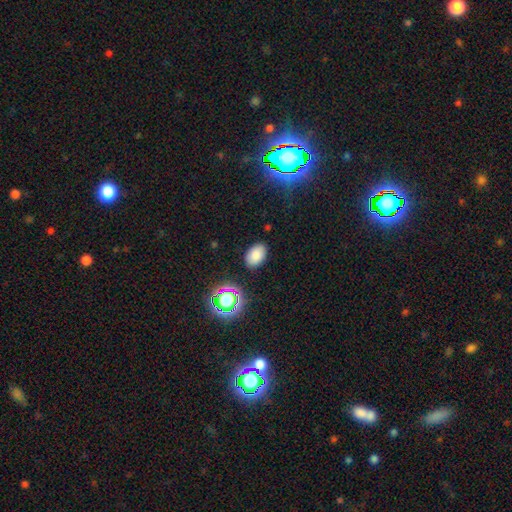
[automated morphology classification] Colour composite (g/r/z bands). It shows a smooth galaxy with no disk features (80%) that is in between round and cigar-shaped (88%). Merging: none (85%).